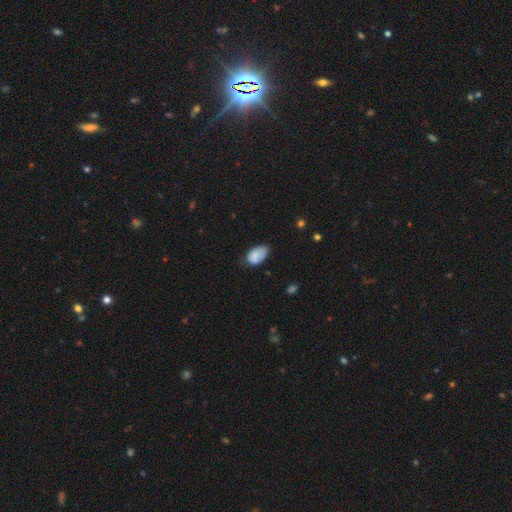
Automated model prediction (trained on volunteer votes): Smooth or featured? smooth (80%)
How rounded? in between (92%)
Merging? none (44%)